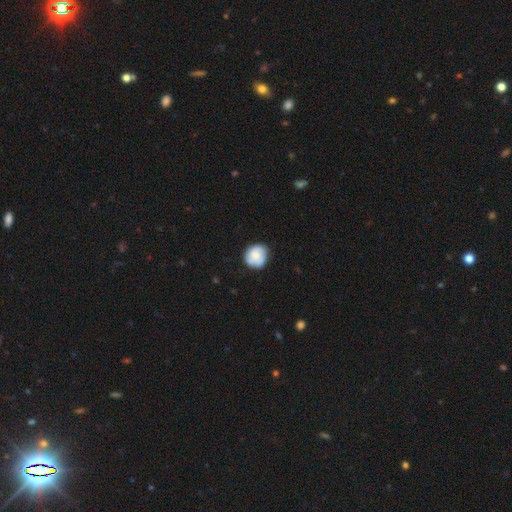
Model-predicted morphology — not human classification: This appears to be a smooth galaxy with no disk features (68%) that is round (82%). Merging: none (71%).